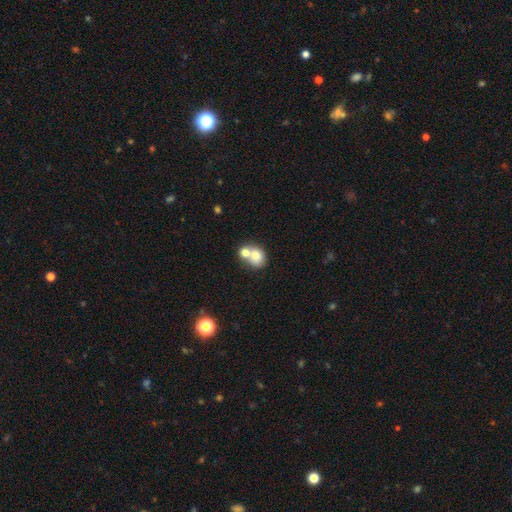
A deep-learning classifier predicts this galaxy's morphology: smooth_or_featured: smooth (p=0.74) [alt: featured or disk p=0.17]
how_rounded: round (p=0.57) [alt: in between p=0.42]
merging: merger (p=0.62) [alt: none p=0.27]